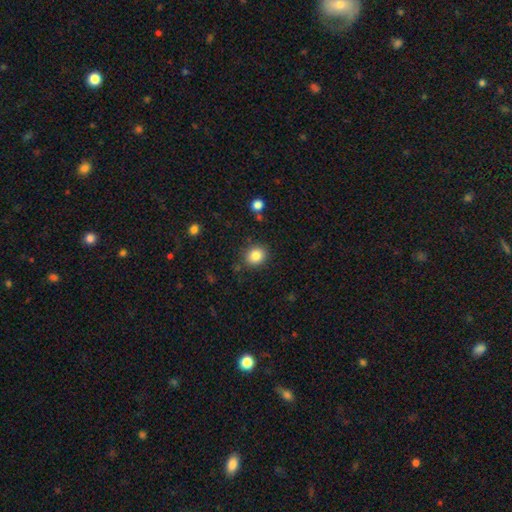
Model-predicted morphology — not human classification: A smooth galaxy with no disk features (84%) that is round (73%).

Vote fractions:
- Smooth or featured? smooth: 84% / star or artifact: 10% / featured or disk: 5%
- How rounded? round: 73% / in between: 26% / cigar-shaped: 1%
- Merging? none: 86% / minor disturbance: 9% / major disturbance: 3% / merger: 2%